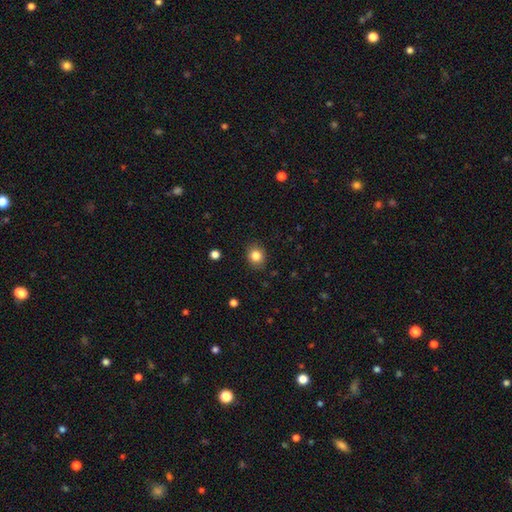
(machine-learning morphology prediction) The model was most divided on "how rounded": round: 64%, in between: 36%, cigar-shaped: 1%. More confident: merging — none (87%); smooth or featured — smooth (83%).